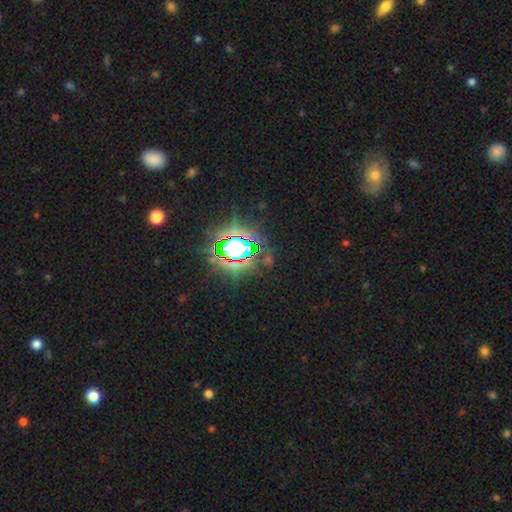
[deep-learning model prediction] Smooth or featured? star or artifact (81%)